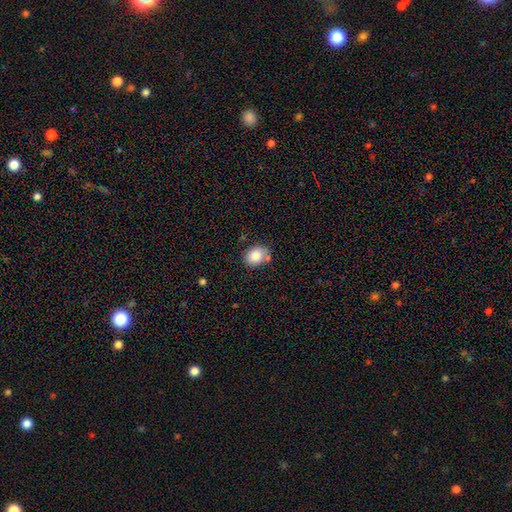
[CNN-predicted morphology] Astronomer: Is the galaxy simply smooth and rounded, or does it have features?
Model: smooth — 84%.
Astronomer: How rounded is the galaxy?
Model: in between — 52% (runner-up: round, 47%).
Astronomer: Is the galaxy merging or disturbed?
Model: none — 68%.